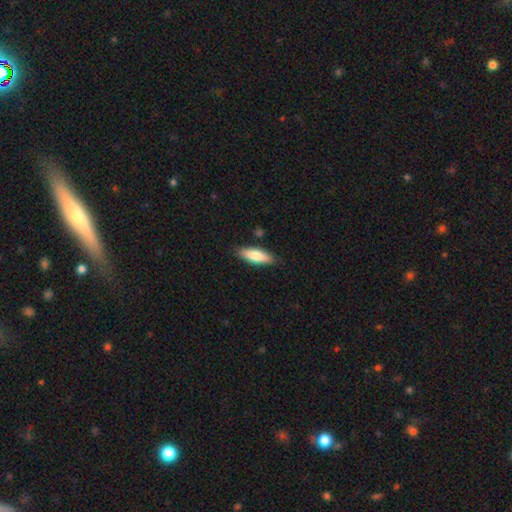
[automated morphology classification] This appears to be a smooth galaxy with no disk features (81%) that is in between round and cigar-shaped (60%). Merging: none (85%).